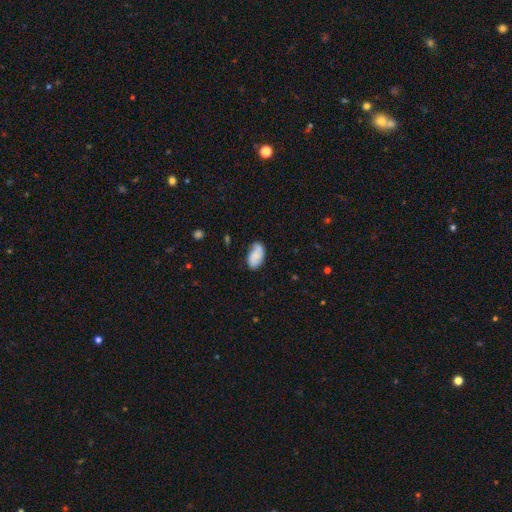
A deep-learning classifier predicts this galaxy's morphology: smooth_or_featured: smooth (p=0.74) [alt: featured or disk p=0.19]
how_rounded: in between (p=0.94) [alt: round p=0.04]
merging: none (p=0.63) [alt: minor disturbance p=0.26]